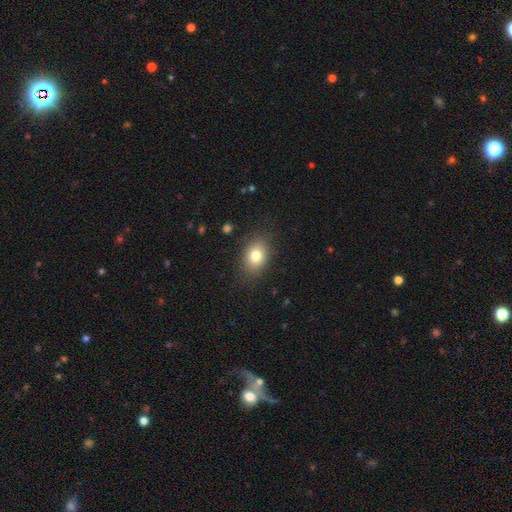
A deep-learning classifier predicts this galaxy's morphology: The model was most divided on "how rounded": in between: 72%, round: 27%, cigar-shaped: 1%. More confident: merging — none (85%); smooth or featured — smooth (78%).